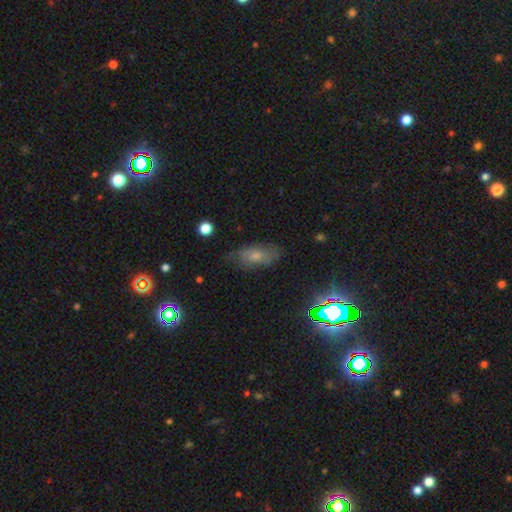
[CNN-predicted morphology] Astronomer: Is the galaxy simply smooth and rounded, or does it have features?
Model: smooth — 58%.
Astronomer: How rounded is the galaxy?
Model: in between — 84%.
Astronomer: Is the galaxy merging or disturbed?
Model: none — 65%.